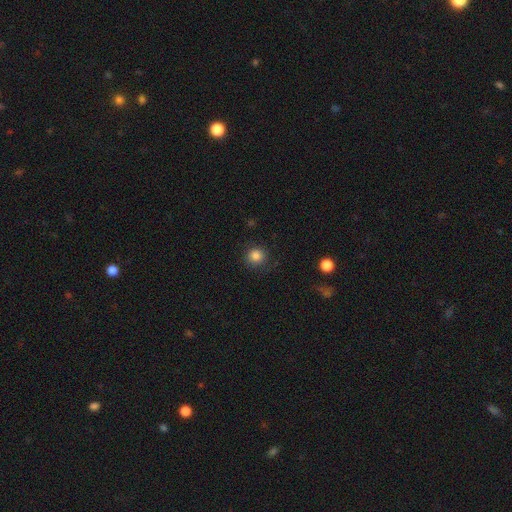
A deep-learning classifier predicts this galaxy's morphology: Smooth or featured: smooth — 84% (star or artifact — 12%)
How rounded: round — 93% (in between — 6%)
Merging: none — 87% (minor disturbance — 9%)